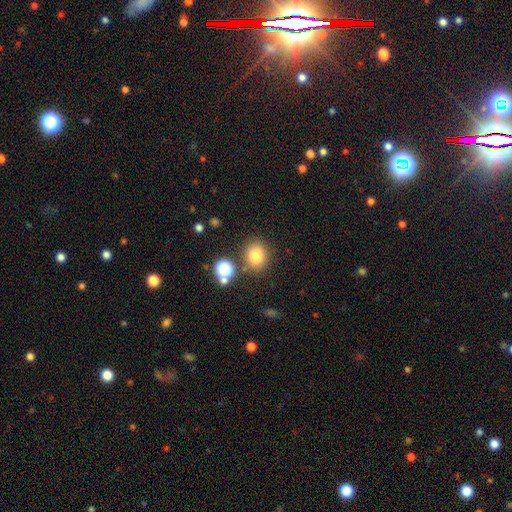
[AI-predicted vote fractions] smooth_or_featured: smooth (p=0.79) [alt: star or artifact p=0.14]
how_rounded: round (p=0.70) [alt: in between p=0.29]
merging: none (p=0.80) [alt: minor disturbance p=0.10]